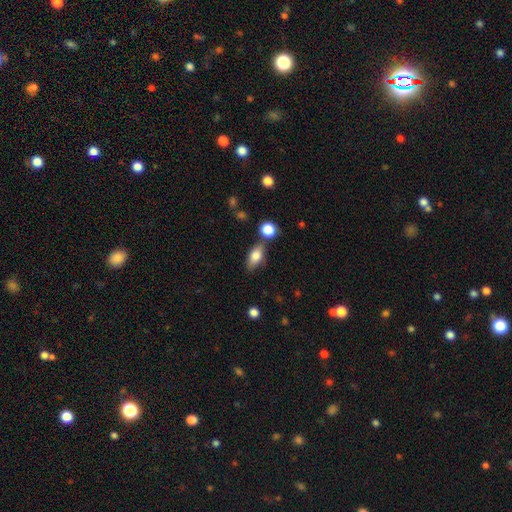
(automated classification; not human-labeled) This is likely a smooth galaxy (77%). How rounded: clearly in between (83%). Merging: likely none (69%).